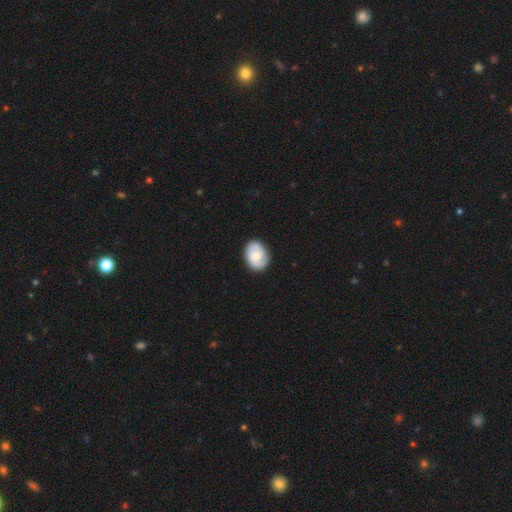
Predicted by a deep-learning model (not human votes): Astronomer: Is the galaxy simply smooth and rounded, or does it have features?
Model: smooth — 63%.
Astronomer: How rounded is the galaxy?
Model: in between — 75%.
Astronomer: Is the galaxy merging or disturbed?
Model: none — 82%.